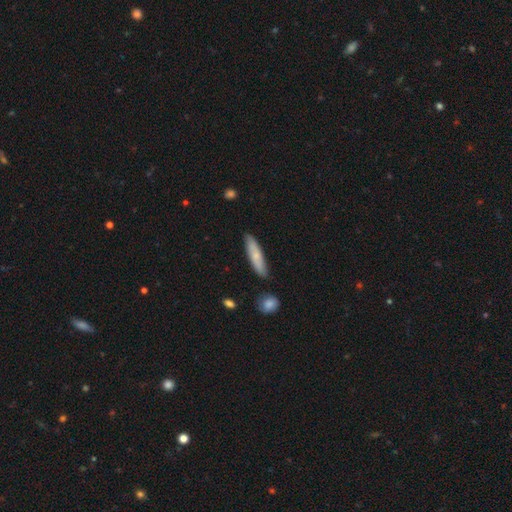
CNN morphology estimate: Smooth or featured?
  - smooth: 70% *
  - featured or disk: 24%
  - star or artifact: 6%
How rounded?
  - cigar-shaped: 79% *
  - in between: 19%
  - round: 2%
Merging?
  - none: 83% *
  - minor disturbance: 13%
  - merger: 3%
  - major disturbance: 2%